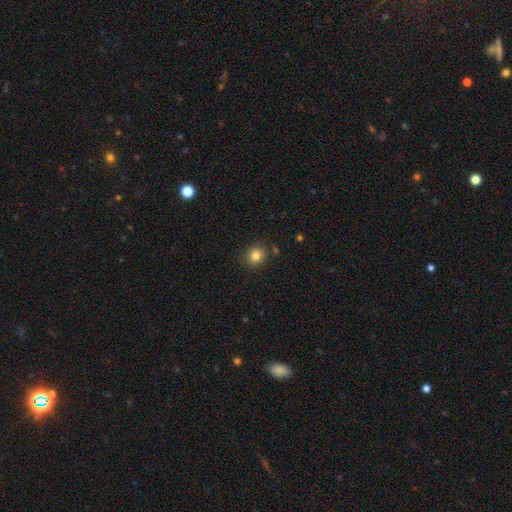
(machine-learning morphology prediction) Overall: smooth (82%). How rounded: round (78%). Merging: none (86%).